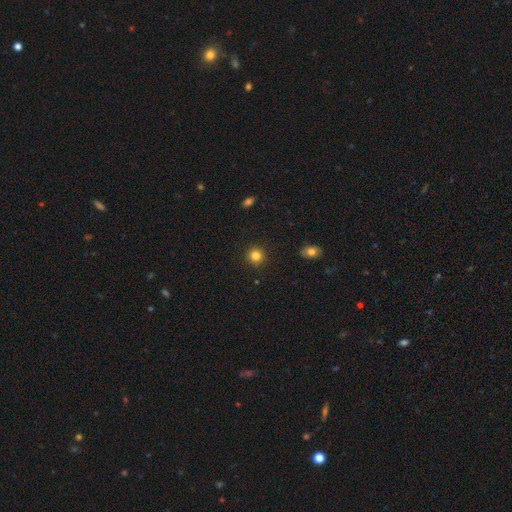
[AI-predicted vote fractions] This appears to be a smooth galaxy with no disk features (83%) that is round (92%). Merging: none (91%).